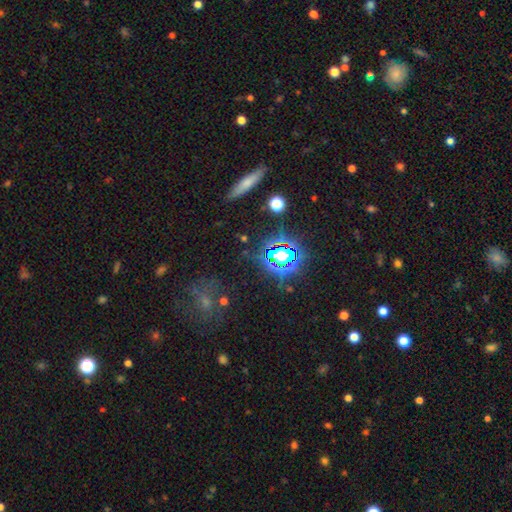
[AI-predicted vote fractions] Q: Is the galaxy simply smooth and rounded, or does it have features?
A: star or artifact — 67%.